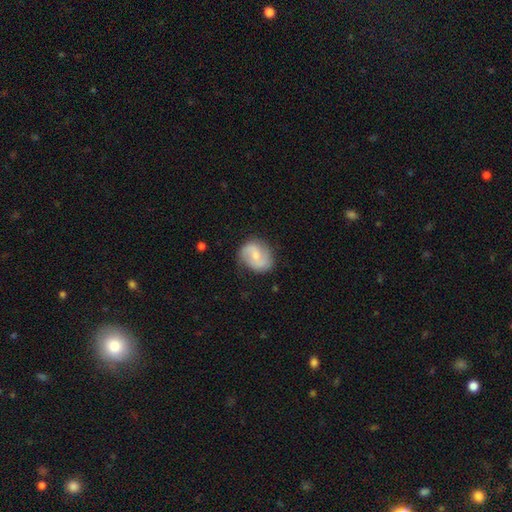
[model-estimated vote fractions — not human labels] smooth_or_featured: featured or disk (p=0.60) [alt: smooth p=0.34]
disk_edge_on: no (p=0.98) [alt: yes p=0.02]
bar: weak (p=0.49) [alt: no p=0.38]
has_spiral_arms: yes (p=0.88) [alt: no p=0.12]
spiral_winding: medium (p=0.45) [alt: loose p=0.35]
spiral_arm_count: 2 (p=0.85) [alt: can't tell p=0.09]
bulge_size: moderate (p=0.46) [alt: small p=0.44]
merging: none (p=0.73) [alt: minor disturbance p=0.20]